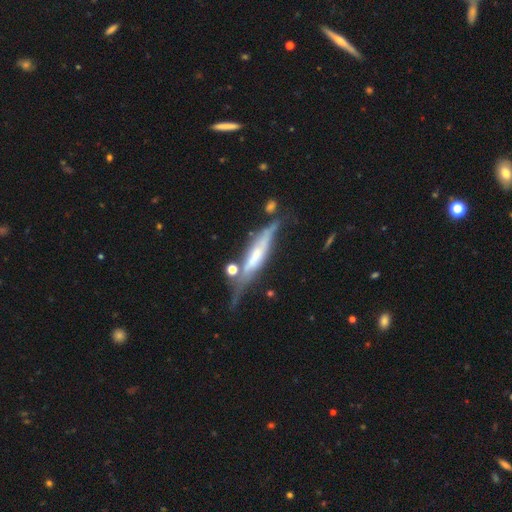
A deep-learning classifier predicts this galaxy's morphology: A featured or disk galaxy (65%) viewed edge-on (83%) with a boxy central bulge (35%, tied with rounded).

Vote fractions:
- Smooth or featured? featured or disk: 65% / smooth: 29% / star or artifact: 7%
- Edge-on disk? yes: 83% / no: 17%
- Edge-on bulge? boxy: 35% (tied) / rounded: 35% (tied) / none: 31%
- Merging? none: 46% / minor disturbance: 27% / major disturbance: 16% / merger: 11%